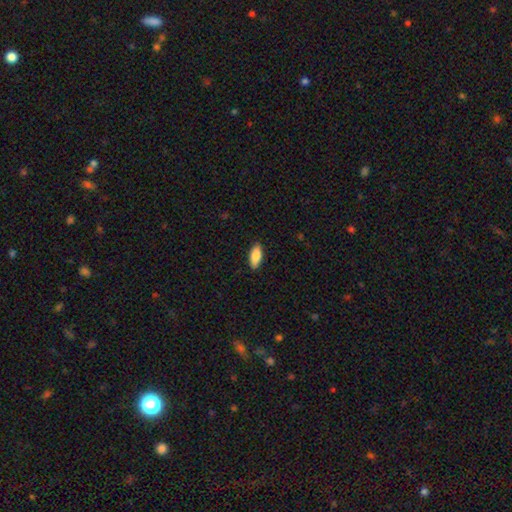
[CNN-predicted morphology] smooth_or_featured: smooth (p=0.83) [alt: featured or disk p=0.11]
how_rounded: in between (p=0.80) [alt: cigar-shaped p=0.17]
merging: none (p=0.89) [alt: minor disturbance p=0.08]